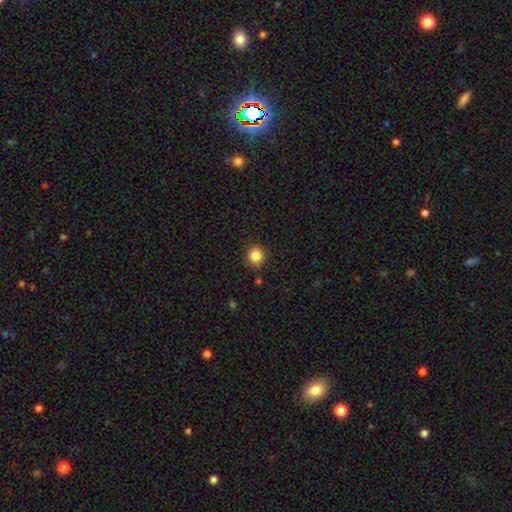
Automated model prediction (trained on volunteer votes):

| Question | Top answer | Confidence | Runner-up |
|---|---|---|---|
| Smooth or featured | smooth | 85% | star or artifact (11%) |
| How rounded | round | 90% | in between (9%) |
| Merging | none | 90% | minor disturbance (6%) |